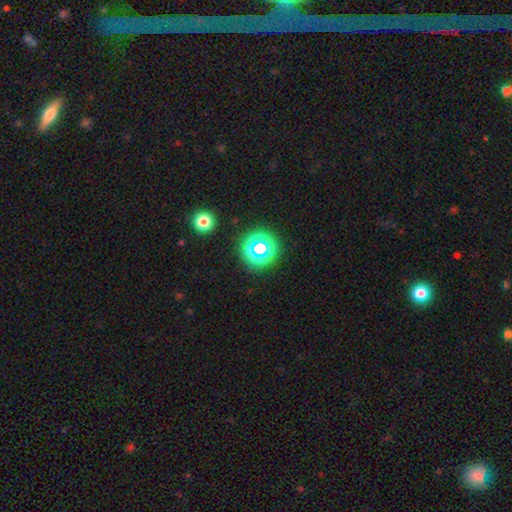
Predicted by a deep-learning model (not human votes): Overall: smooth (60%; star or artifact 33%). How rounded: round (95%). Merging: none (92%).